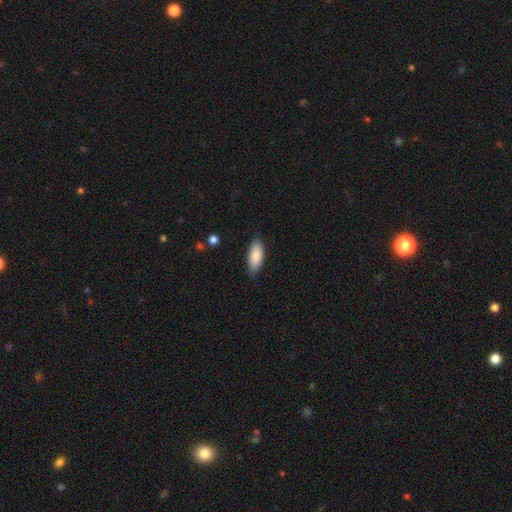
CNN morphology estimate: type=smooth (87%); roundness=in between (82%); merging=none (82%).